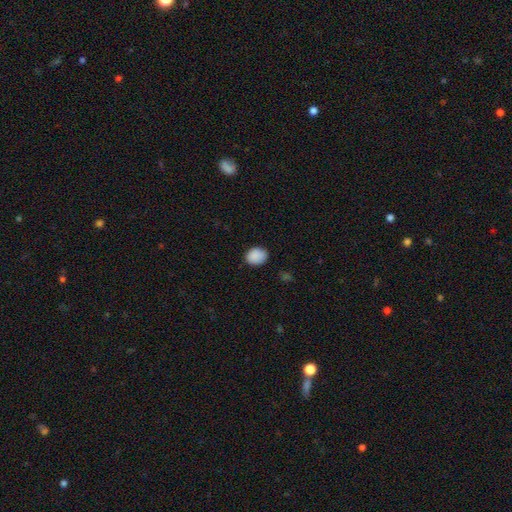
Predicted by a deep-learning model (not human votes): Morphology: type=smooth (88%); roundness=in between (51%); merging=none (79%).